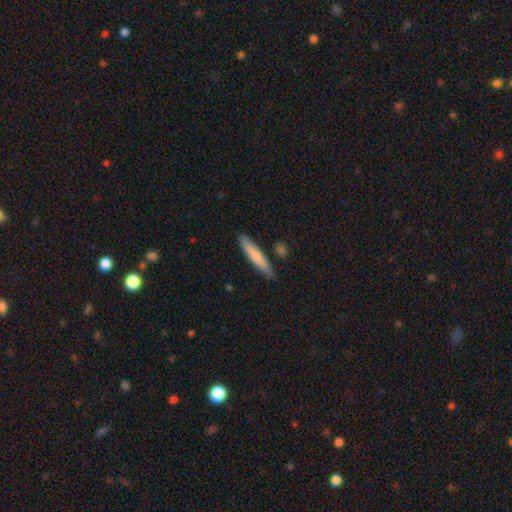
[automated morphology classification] Smooth or featured: smooth — 71% (featured or disk — 24%)
How rounded: cigar-shaped — 90% (in between — 9%)
Merging: none — 85% (minor disturbance — 10%)